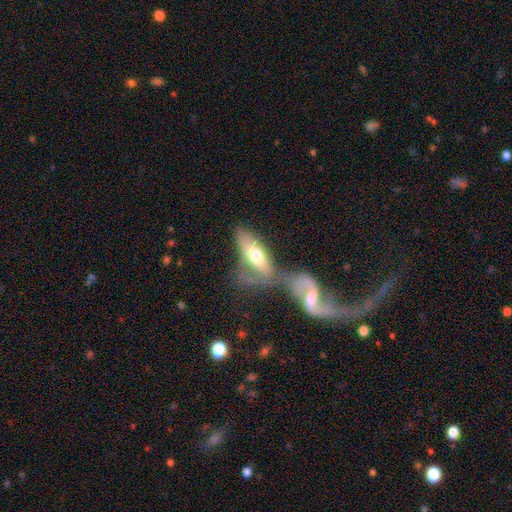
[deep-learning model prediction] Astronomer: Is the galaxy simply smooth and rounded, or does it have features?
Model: featured or disk — 50% (runner-up: smooth, 43%).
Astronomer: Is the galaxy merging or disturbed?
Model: merger — 62%.